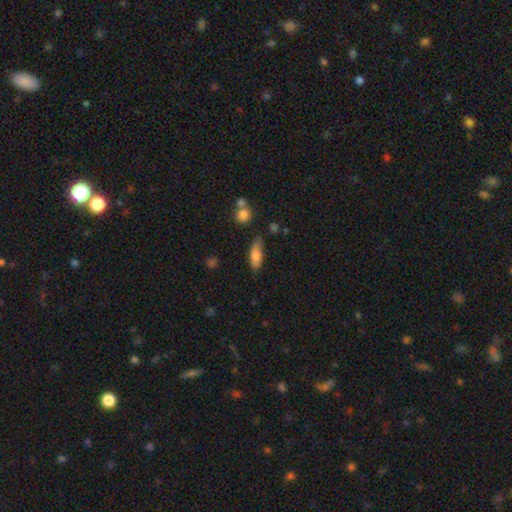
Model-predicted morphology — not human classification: Smooth or featured? Predicted: smooth (p=0.77). How rounded? Predicted: in between (p=0.68). Merging? Predicted: none (p=0.69).